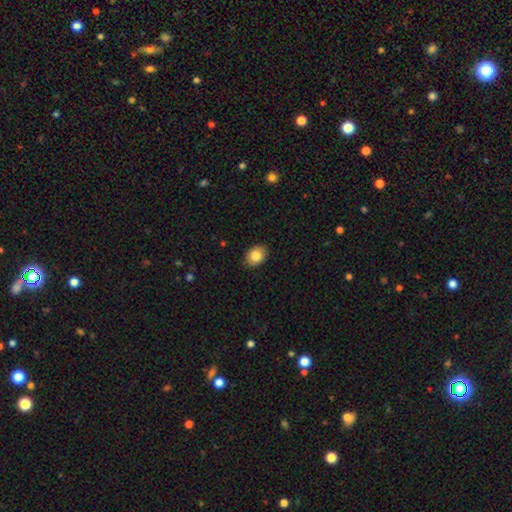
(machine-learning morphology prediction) smooth 84%, star or artifact 8%, featured or disk 8%. Down the decision tree: how rounded — in between (71%); merging — none (88%).